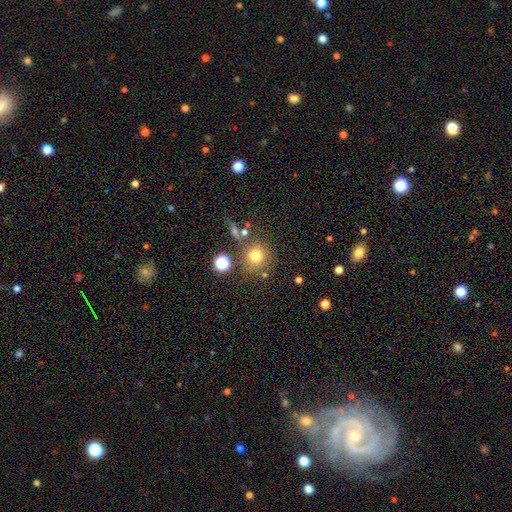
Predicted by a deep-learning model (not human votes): smooth_or_featured: smooth (p=0.74) [alt: star or artifact p=0.16]
how_rounded: round (p=0.89) [alt: in between p=0.10]
merging: none (p=0.72) [alt: merger p=0.11]